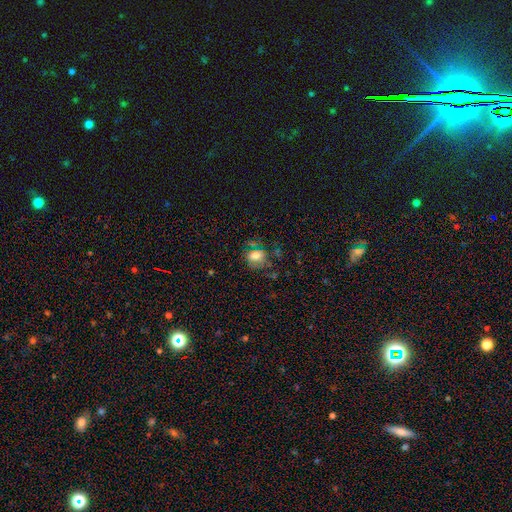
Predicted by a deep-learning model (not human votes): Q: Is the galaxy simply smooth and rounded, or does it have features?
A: smooth — 69%.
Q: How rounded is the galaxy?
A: round — 55%.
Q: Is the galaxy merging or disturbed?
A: none — 51%.